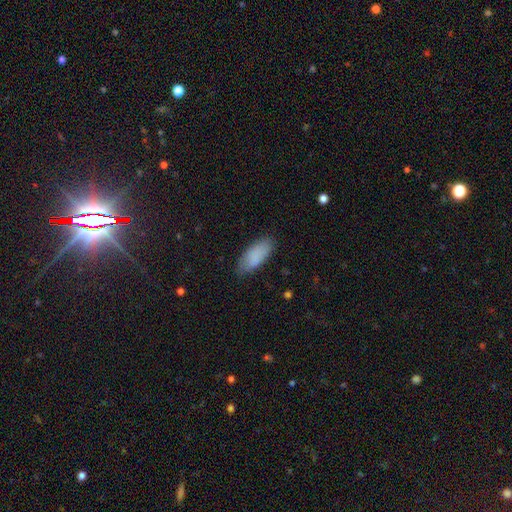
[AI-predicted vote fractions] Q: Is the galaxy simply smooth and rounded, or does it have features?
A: smooth — 87%.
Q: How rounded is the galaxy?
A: in between — 82%.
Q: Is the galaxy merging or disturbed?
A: none — 81%.